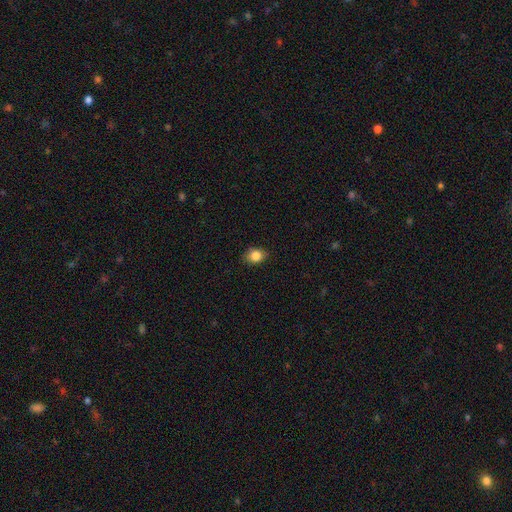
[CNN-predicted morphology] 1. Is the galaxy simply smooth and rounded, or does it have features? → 85% smooth, 9% star or artifact, 6% featured or disk.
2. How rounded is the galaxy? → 53% in between, 46% round, 1% cigar-shaped.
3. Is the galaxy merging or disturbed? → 83% none, 13% minor disturbance, 2% major disturbance, 1% merger.